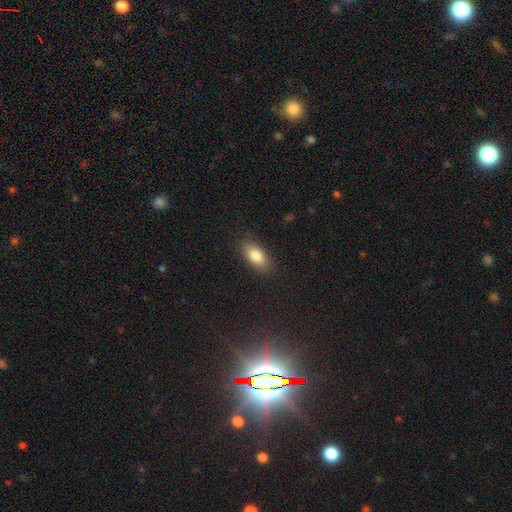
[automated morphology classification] Overall: smooth (82%). How rounded: in between (89%). Merging: none (86%).